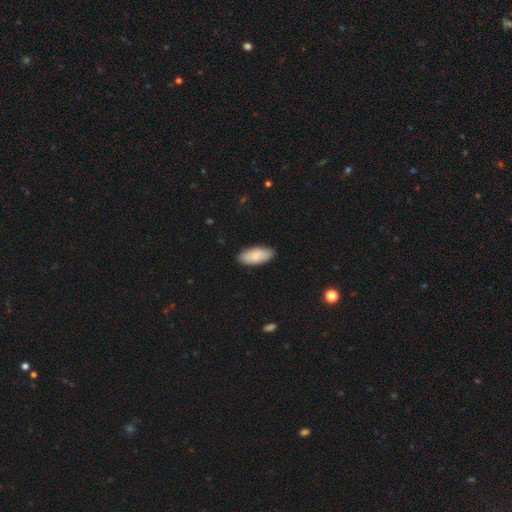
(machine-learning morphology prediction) A smooth galaxy with no disk features (85%) that is in between round and cigar-shaped (90%).

Vote fractions:
- Smooth or featured? smooth: 85% / featured or disk: 10% / star or artifact: 5%
- How rounded? in between: 90% / cigar-shaped: 8% / round: 2%
- Merging? none: 88% / minor disturbance: 10% / major disturbance: 2% / merger: 1%